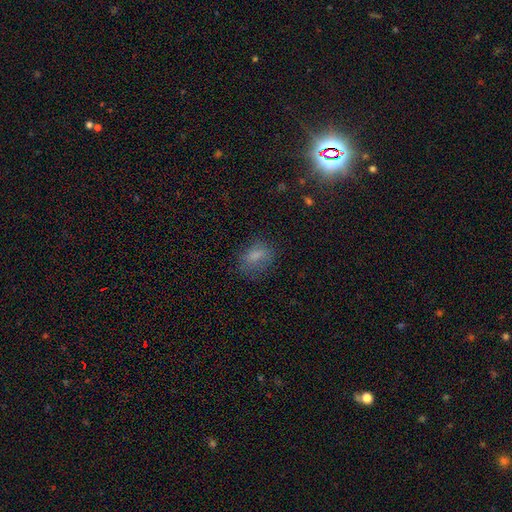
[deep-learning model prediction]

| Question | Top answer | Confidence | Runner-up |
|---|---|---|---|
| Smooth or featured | smooth | 74% | star or artifact (14%) |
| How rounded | in between | 72% | round (25%) |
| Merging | none | 66% | minor disturbance (21%) |